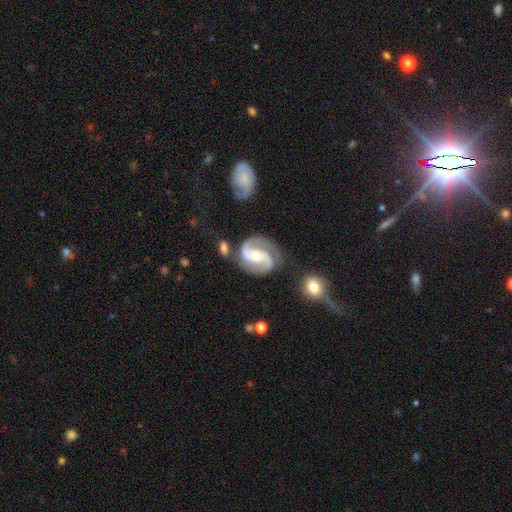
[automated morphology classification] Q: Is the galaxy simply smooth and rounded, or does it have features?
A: featured or disk — 91%.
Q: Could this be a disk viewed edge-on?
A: no — 98%.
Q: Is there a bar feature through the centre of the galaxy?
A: no — 41%.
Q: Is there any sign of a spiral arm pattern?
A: yes — 98%.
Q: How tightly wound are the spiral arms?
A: medium — 57%.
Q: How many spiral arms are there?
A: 2 — 93%.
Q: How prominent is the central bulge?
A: moderate — 62%.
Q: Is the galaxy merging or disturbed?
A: none — 74%.